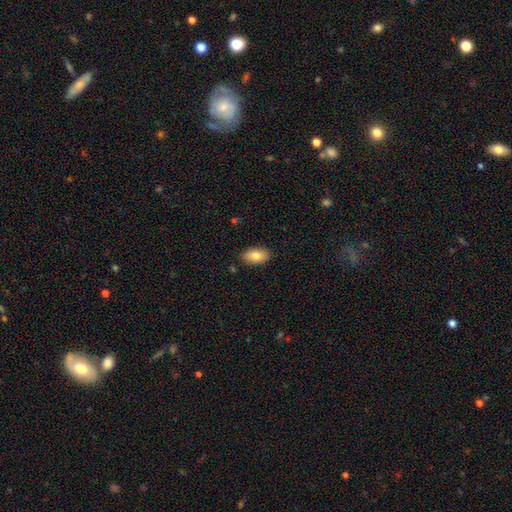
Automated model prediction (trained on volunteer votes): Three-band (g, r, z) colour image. It shows a smooth galaxy with no disk features (80%) that is in between round and cigar-shaped (93%). Merging: none (88%).